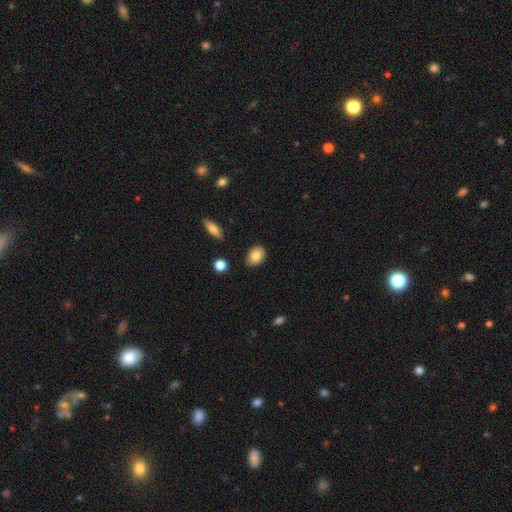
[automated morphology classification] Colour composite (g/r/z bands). It shows a smooth galaxy with no disk features (80%) that is in between round and cigar-shaped (77%). Merging: none (85%).